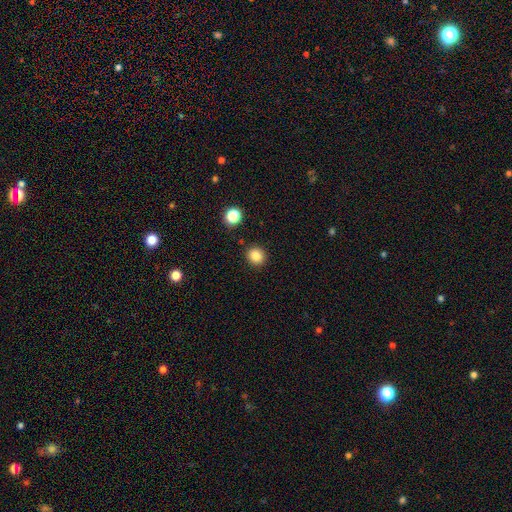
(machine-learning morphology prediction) Smooth or featured? smooth (84%)
How rounded? round (86%)
Merging? none (90%)